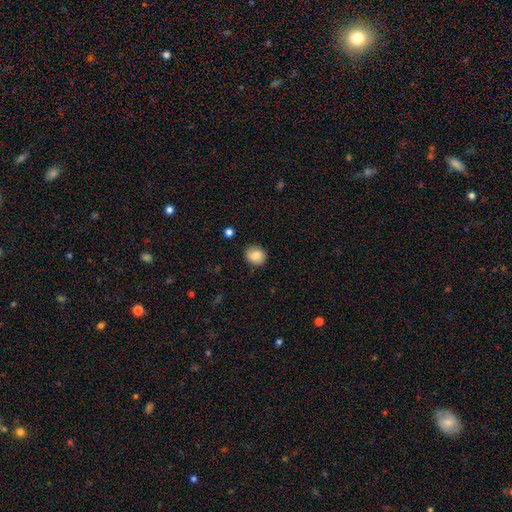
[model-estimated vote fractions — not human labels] Smooth or featured: smooth — 81% (featured or disk — 10%)
How rounded: round — 76% (in between — 23%)
Merging: none — 81% (minor disturbance — 14%)